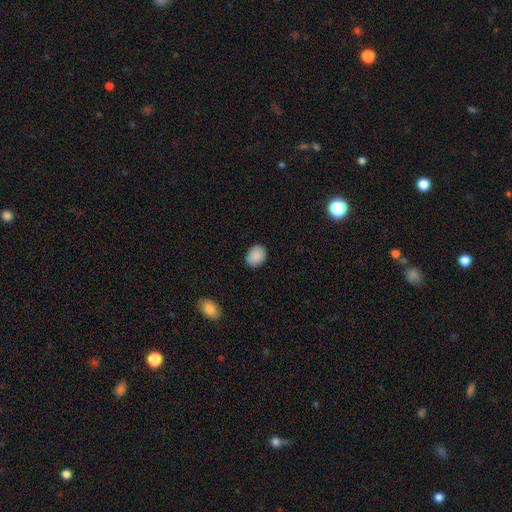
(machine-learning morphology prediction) Overall: smooth (89%). How rounded: round (50%; in between 49%). Merging: none (85%).